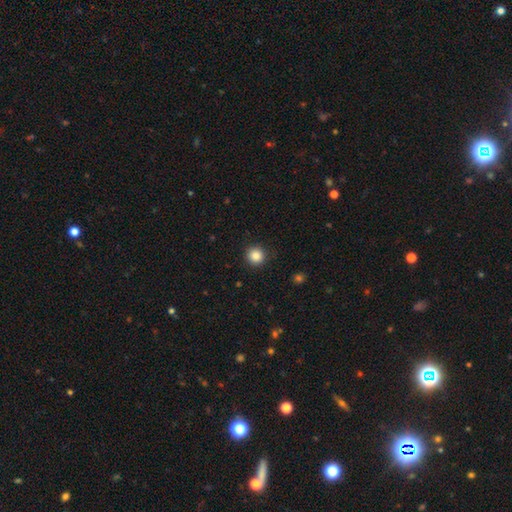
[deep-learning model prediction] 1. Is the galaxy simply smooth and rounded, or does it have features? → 86% smooth, 10% star or artifact, 3% featured or disk.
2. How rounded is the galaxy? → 94% round, 5% in between, 1% cigar-shaped.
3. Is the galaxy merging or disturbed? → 91% none, 6% minor disturbance, 2% major disturbance, 1% merger.